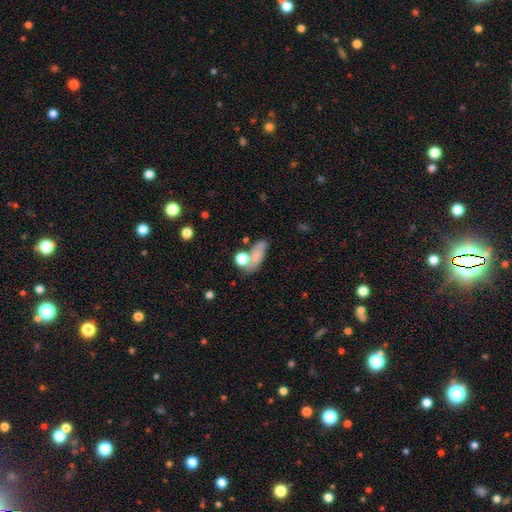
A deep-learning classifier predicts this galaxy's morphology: smooth_or_featured: smooth (p=0.71) [alt: featured or disk p=0.16]
how_rounded: in between (p=0.62) [alt: round p=0.19]
merging: none (p=0.41) [alt: merger p=0.25]